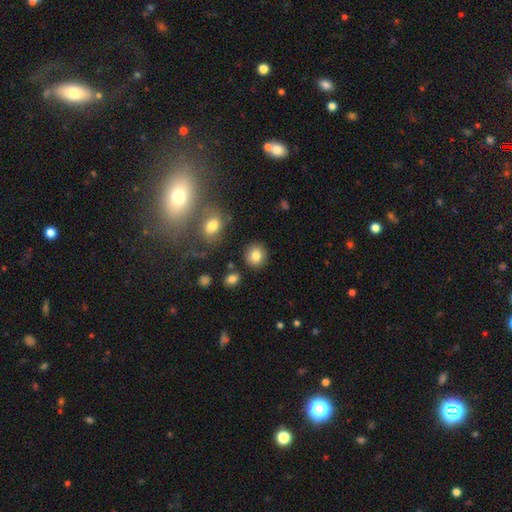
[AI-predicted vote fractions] A smooth galaxy with no disk features (83%) that is round (83%). Merging: none (87%).